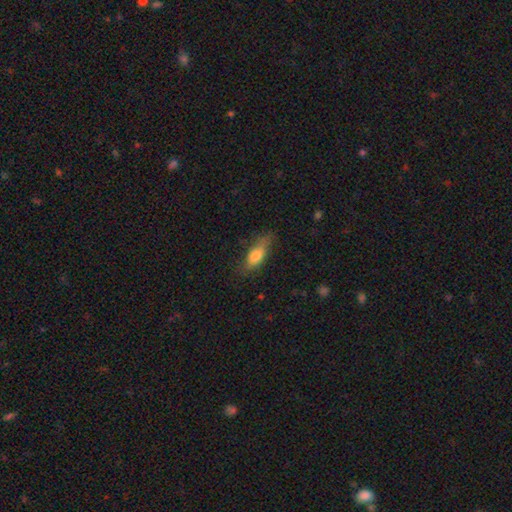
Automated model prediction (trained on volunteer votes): A smooth galaxy with no disk features (75%) that is in between round and cigar-shaped (70%). Merging: none (63%).